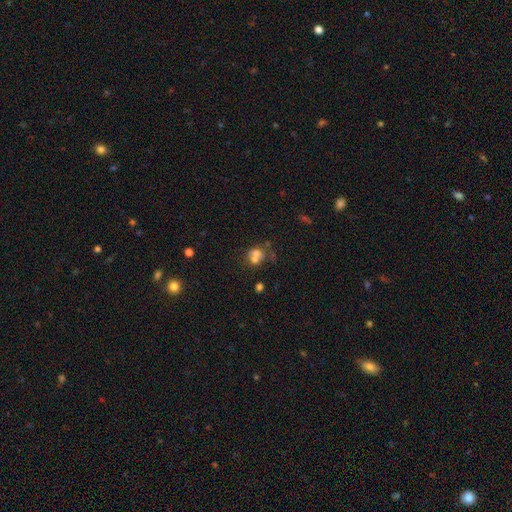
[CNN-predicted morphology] smooth 65%, featured or disk 20%, star or artifact 15%. Down the decision tree: how rounded — round (63%); merging — merger (49%).